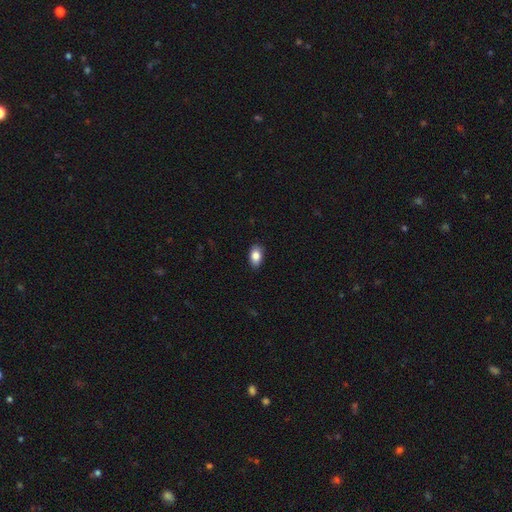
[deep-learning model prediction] This is clearly a smooth galaxy (85%). How rounded: clearly in between (90%). Merging: clearly none (87%).